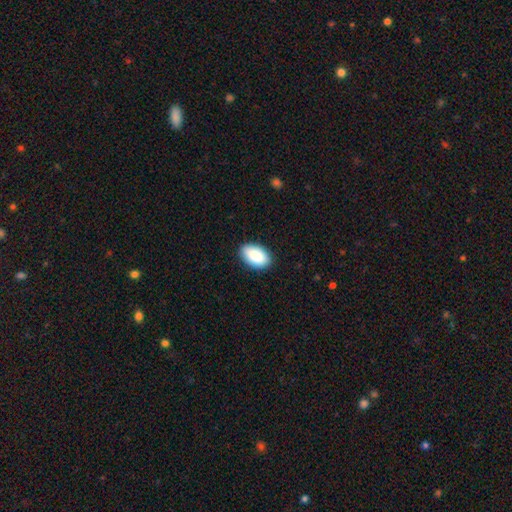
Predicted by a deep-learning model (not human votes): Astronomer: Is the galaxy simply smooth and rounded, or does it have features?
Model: smooth — 90%.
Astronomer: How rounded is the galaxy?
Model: in between — 95%.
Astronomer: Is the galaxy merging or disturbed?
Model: none — 89%.